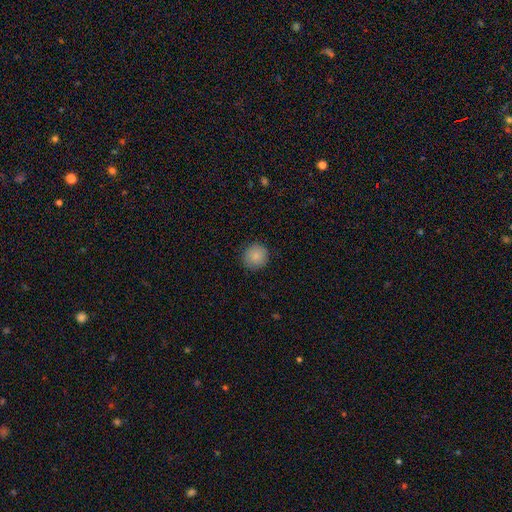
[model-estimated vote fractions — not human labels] Overall: smooth (85%). How rounded: round (93%). Merging: none (88%).